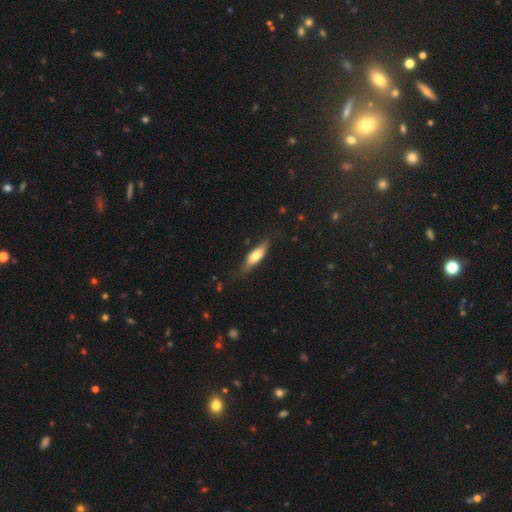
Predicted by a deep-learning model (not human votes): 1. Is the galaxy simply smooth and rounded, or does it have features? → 62% smooth, 32% featured or disk, 6% star or artifact.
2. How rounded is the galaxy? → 55% in between, 42% cigar-shaped, 2% round.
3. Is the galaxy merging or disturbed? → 67% none, 25% minor disturbance, 7% major disturbance, 2% merger.